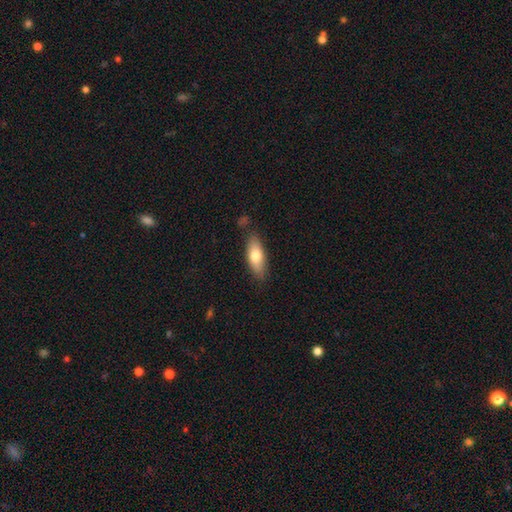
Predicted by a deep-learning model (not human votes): Smooth or featured?
  - smooth: 73% *
  - featured or disk: 21%
  - star or artifact: 6%
How rounded?
  - in between: 70% *
  - cigar-shaped: 27%
  - round: 3%
Merging?
  - none: 80% *
  - minor disturbance: 14%
  - major disturbance: 3%
  - merger: 3%